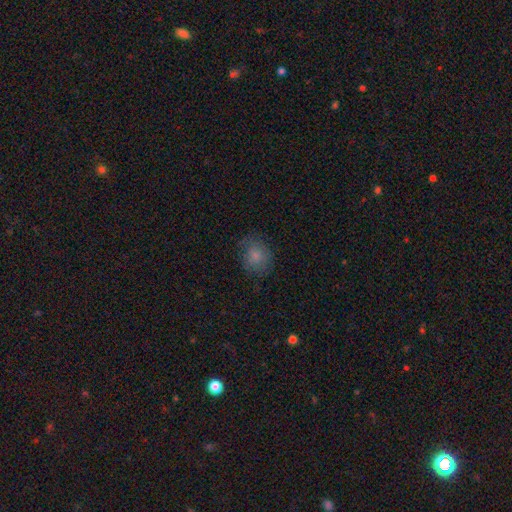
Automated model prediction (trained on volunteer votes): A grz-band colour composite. It shows a smooth galaxy with no disk features (81%) that is round (65%). Merging: none (73%).